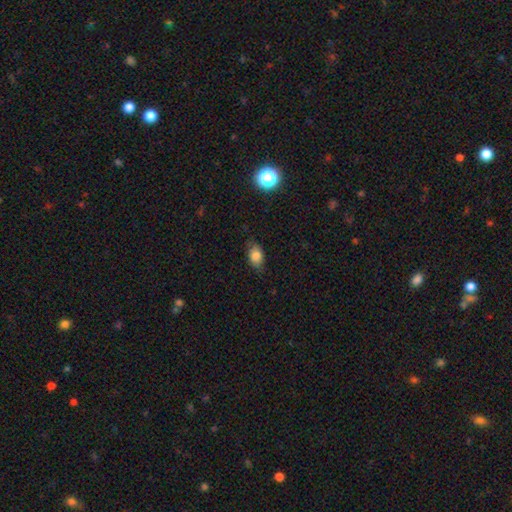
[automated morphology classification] Smooth or featured? smooth (82%)
How rounded? in between (84%)
Merging? none (76%)